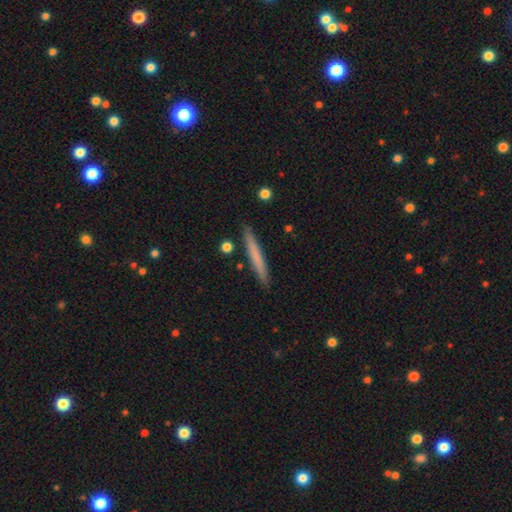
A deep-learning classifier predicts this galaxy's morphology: Smooth or featured?
  - smooth: 67% *
  - featured or disk: 27%
  - star or artifact: 6%
How rounded?
  - cigar-shaped: 97% *
  - in between: 2%
  - round: 1%
Merging?
  - none: 89% *
  - minor disturbance: 7%
  - merger: 2%
  - major disturbance: 1%